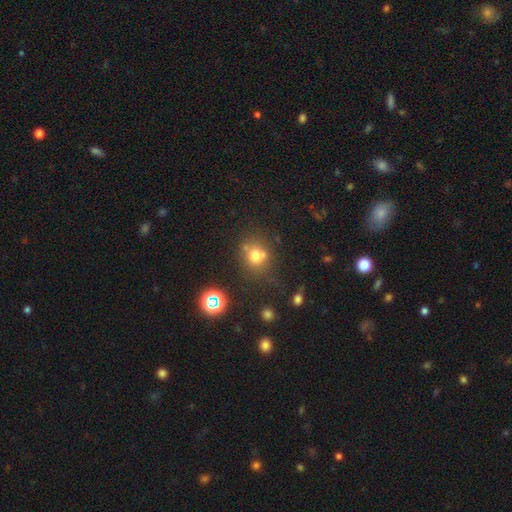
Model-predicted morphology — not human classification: The model was most divided on "merging": none: 59%, minor disturbance: 17%, merger: 17%, major disturbance: 8%. More confident: how rounded — round (77%); smooth or featured — smooth (69%).